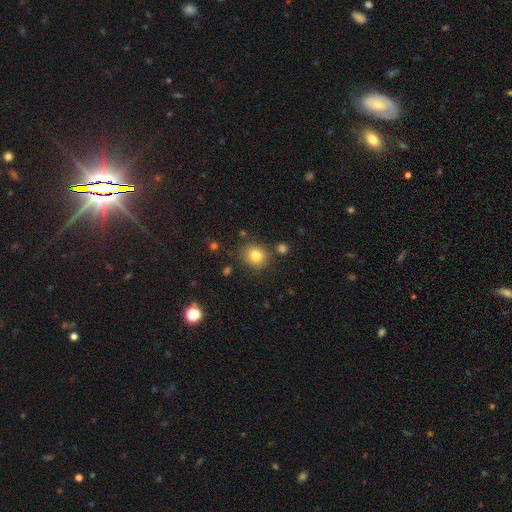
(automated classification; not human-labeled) Q: Smooth or featured?
A: smooth (80%); runner-up: star or artifact (12%)
Q: How rounded?
A: round (74%); runner-up: in between (25%)
Q: Merging?
A: none (81%); runner-up: minor disturbance (11%)